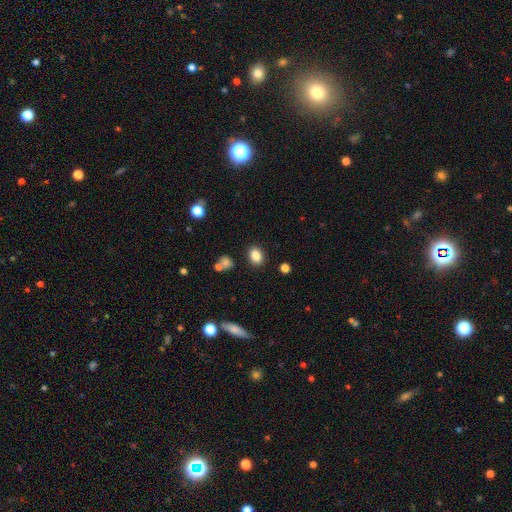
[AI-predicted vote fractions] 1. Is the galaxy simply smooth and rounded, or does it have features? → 85% smooth, 10% star or artifact, 5% featured or disk.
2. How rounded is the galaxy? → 66% in between, 33% round, 1% cigar-shaped.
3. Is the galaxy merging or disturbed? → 85% none, 9% minor disturbance, 3% merger, 3% major disturbance.